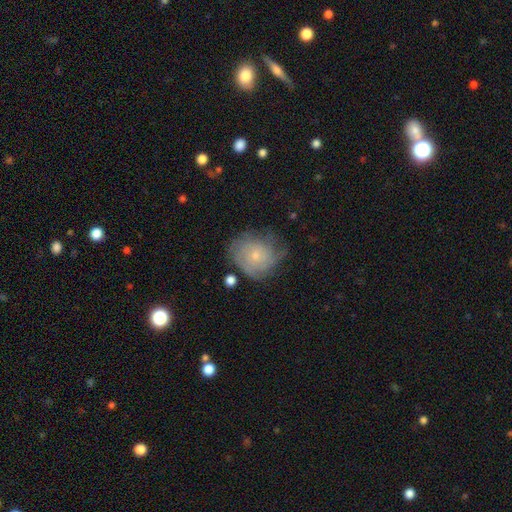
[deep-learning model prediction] This is possibly a featured or disk galaxy (53%). It is clearly not viewed edge-on (97%). Bar: clearly no (83%). Spiral arm pattern: likely yes (76%). Central bulge: likely small (68%). Merging: possibly none (58%).